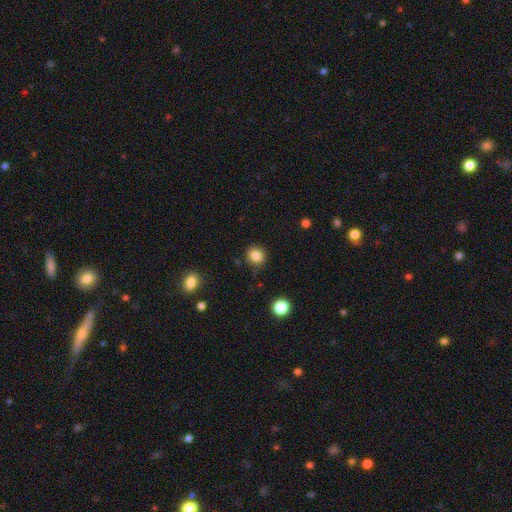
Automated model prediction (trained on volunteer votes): smooth-or-featured: smooth: 84% | star or artifact: 11% | featured or disk: 5%
  how-rounded: round: 70% | in between: 29% | cigar-shaped: 1%
  merging: none: 81% | minor disturbance: 13% | major disturbance: 3% | merger: 2%